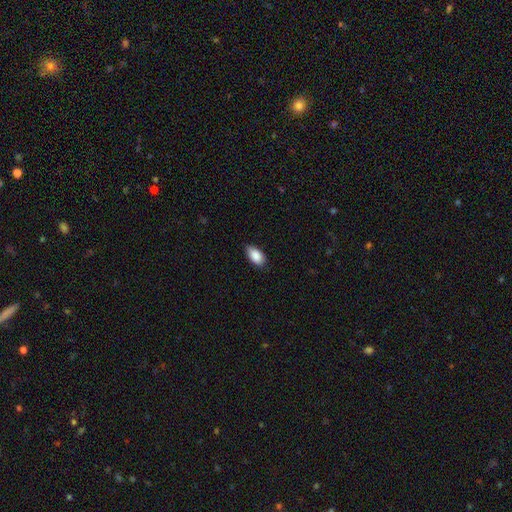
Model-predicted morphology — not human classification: Overall: smooth (88%). How rounded: in between (93%). Merging: none (79%).